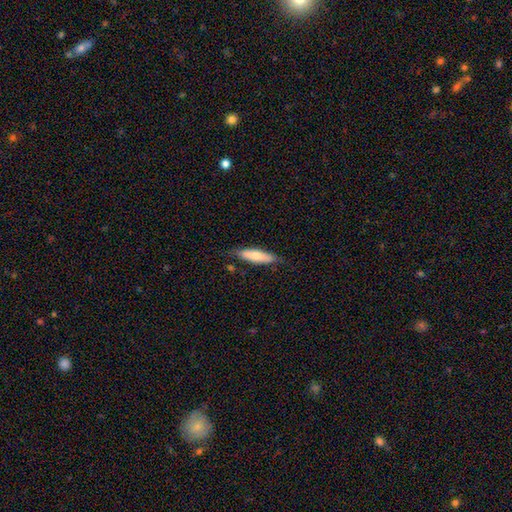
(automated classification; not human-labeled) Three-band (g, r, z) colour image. It shows a smooth galaxy with no disk features (68%) that is cigar-shaped (66%). Merging: none (75%).